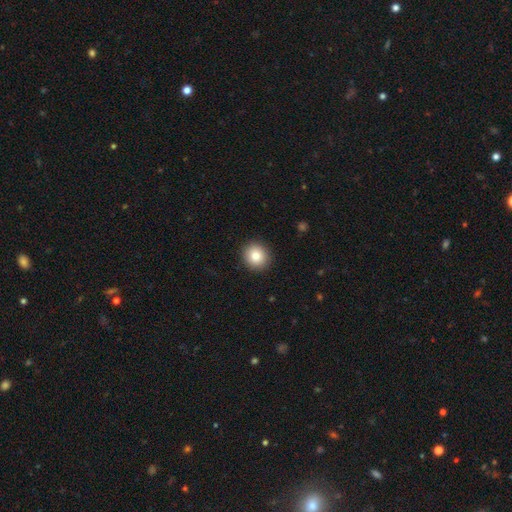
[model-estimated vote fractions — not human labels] Overall: smooth (83%). How rounded: round (89%). Merging: none (92%).